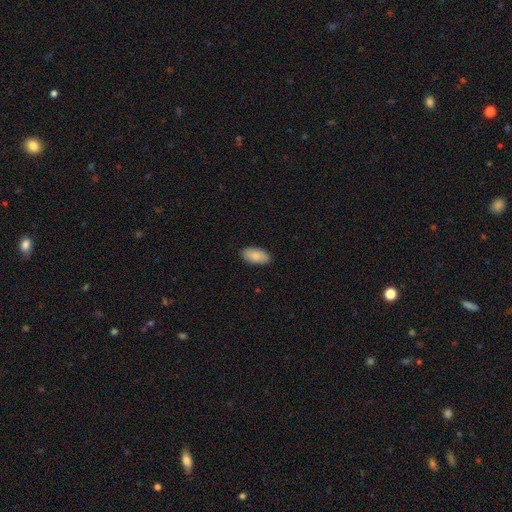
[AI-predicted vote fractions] Smooth or featured: smooth — 87% (featured or disk — 8%)
How rounded: in between — 94% (cigar-shaped — 4%)
Merging: none — 89% (minor disturbance — 8%)